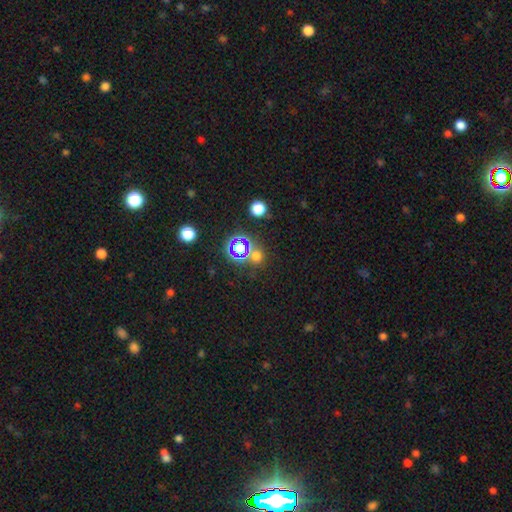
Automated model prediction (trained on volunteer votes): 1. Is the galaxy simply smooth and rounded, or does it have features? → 49% smooth, 44% star or artifact, 8% featured or disk.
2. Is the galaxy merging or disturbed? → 69% none, 17% merger, 9% minor disturbance, 5% major disturbance.